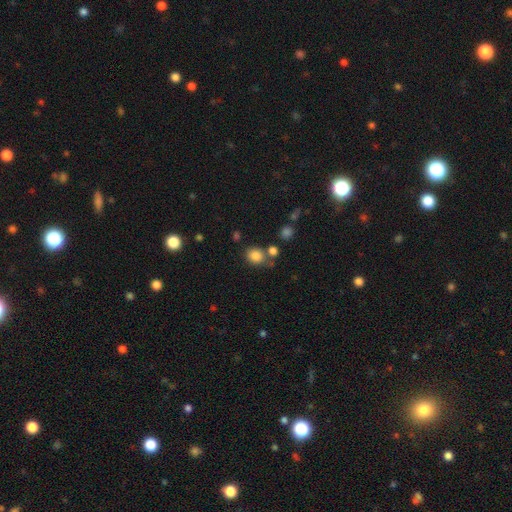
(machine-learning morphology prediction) A smooth galaxy with no disk features (83%) that is round (72%). Merging: none (66%).